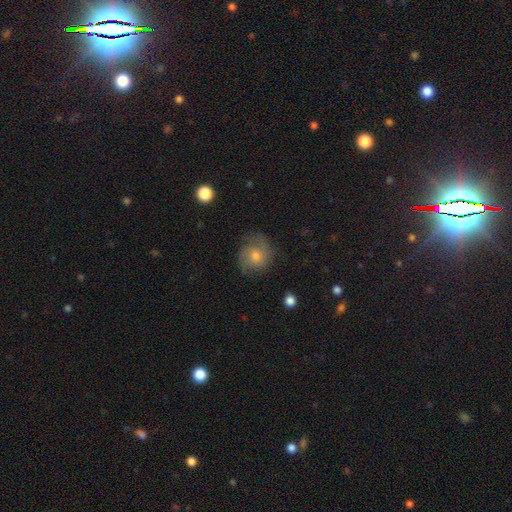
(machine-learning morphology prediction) Overall: featured or disk (59%; smooth 31%). Edge-on disk: no (97%). Bar: no (77%). Spiral arms: yes (89%). Spiral arm count: 2 (49%; can't tell 23%). Spiral winding: tight (44%; medium 41%). Bulge size: moderate (57%; small 35%). Merging: none (76%).